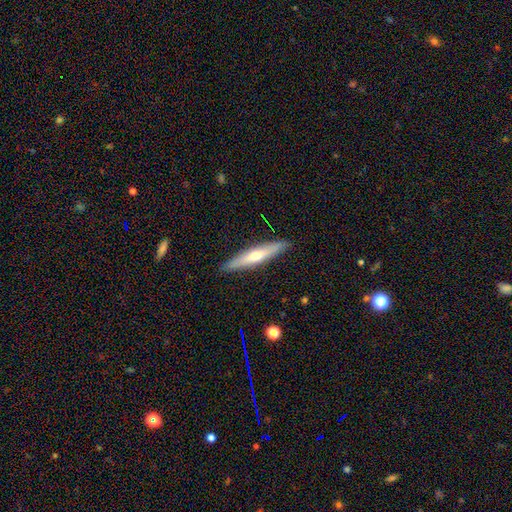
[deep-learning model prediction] smooth_or_featured: featured or disk (p=0.52) [alt: smooth p=0.42]
disk_edge_on: yes (p=0.92) [alt: no p=0.08]
merging: none (p=0.90) [alt: minor disturbance p=0.07]